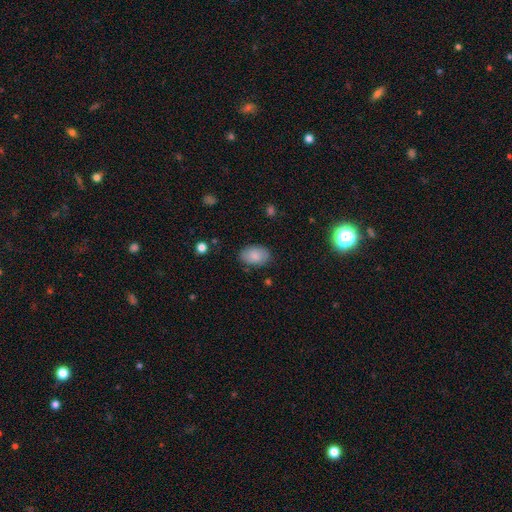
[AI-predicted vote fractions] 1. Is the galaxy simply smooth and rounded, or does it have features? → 82% smooth, 11% featured or disk, 7% star or artifact.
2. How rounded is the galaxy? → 88% in between, 10% round, 1% cigar-shaped.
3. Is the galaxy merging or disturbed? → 83% none, 13% minor disturbance, 3% major disturbance, 1% merger.